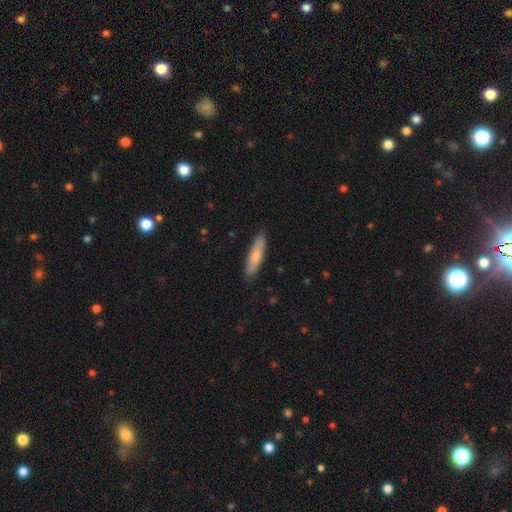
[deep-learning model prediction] This appears to be a smooth galaxy with no disk features (73%) that is cigar-shaped (76%). Merging: none (87%).